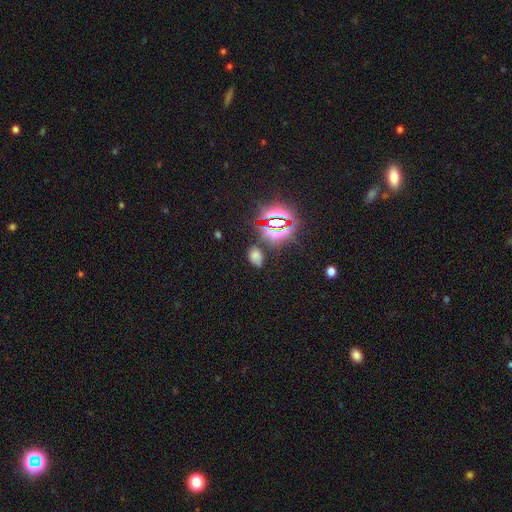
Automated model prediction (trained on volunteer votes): Smooth or featured: smooth — 54% (star or artifact — 37%)
How rounded: in between — 80% (round — 18%)
Merging: none — 72% (minor disturbance — 17%)